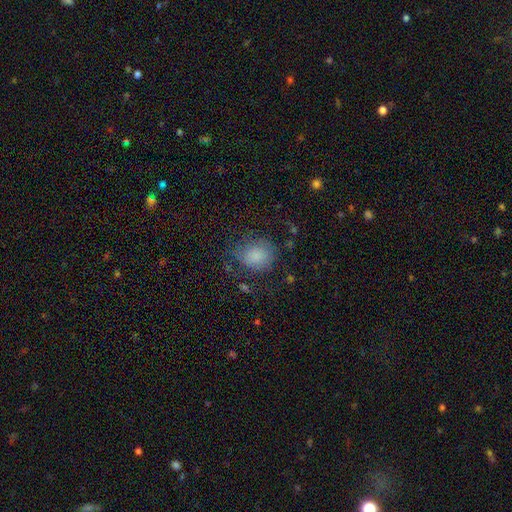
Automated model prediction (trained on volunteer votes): Morphology: type=smooth (78%); roundness=round (72%); merging=none (60%).